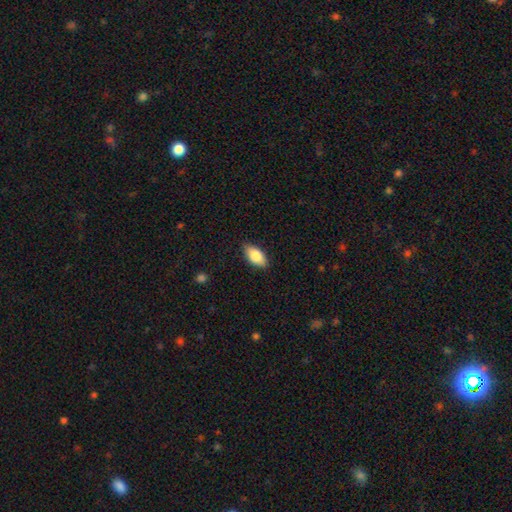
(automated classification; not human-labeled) Q: Smooth or featured?
A: smooth (81%); runner-up: featured or disk (12%)
Q: How rounded?
A: in between (90%); runner-up: cigar-shaped (6%)
Q: Merging?
A: none (86%); runner-up: minor disturbance (11%)